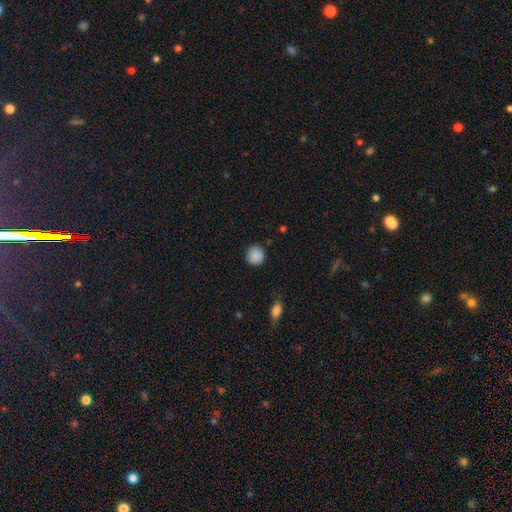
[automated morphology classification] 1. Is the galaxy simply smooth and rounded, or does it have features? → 88% smooth, 8% star or artifact, 4% featured or disk.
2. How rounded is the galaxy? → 92% round, 7% in between, 1% cigar-shaped.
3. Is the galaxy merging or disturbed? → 87% none, 9% minor disturbance, 3% major disturbance, 1% merger.